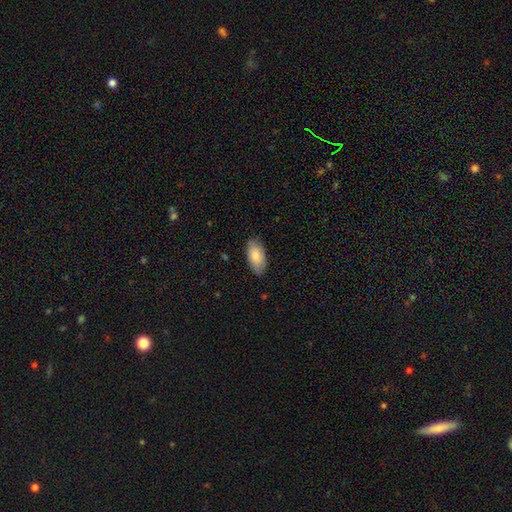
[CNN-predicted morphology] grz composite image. It shows a smooth galaxy with no disk features (82%) that is in between round and cigar-shaped (94%). Merging: none (81%).